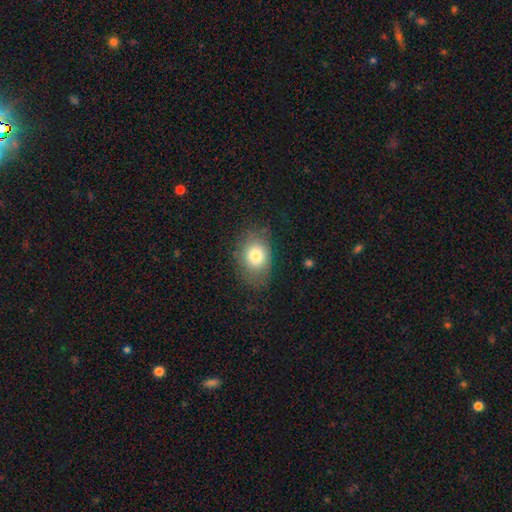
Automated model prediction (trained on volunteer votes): A smooth galaxy with no disk features (78%) that is in between round and cigar-shaped (66%). Merging: none (71%).